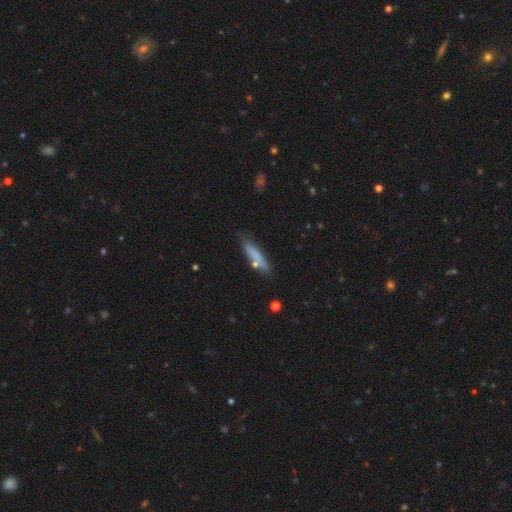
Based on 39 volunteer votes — This appears to be a smooth galaxy with no disk features (85%) that is cigar-shaped (82%). Merging: none (81%).